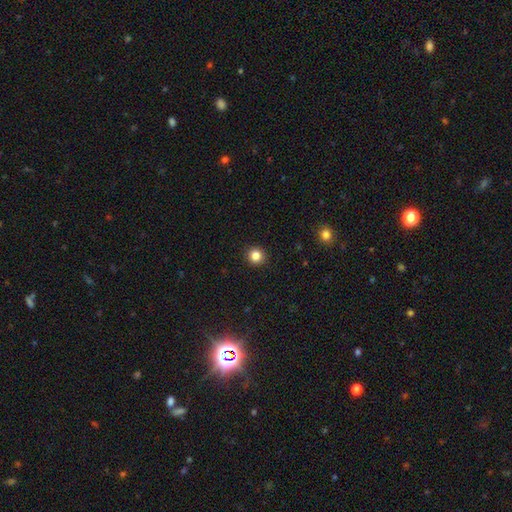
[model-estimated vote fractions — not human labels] Smooth or featured: smooth — 84% (star or artifact — 12%)
How rounded: round — 92% (in between — 7%)
Merging: none — 93% (minor disturbance — 5%)